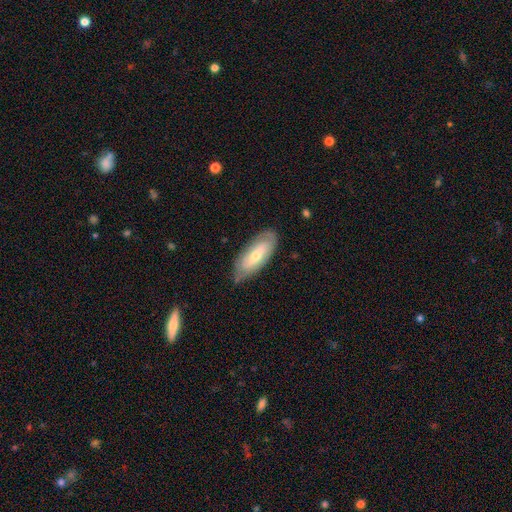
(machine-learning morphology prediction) A smooth galaxy with no disk features (47%, tied with featured or disk). Merging: none (73%).